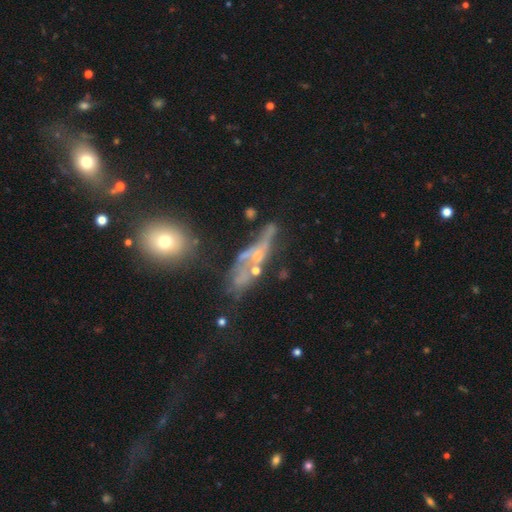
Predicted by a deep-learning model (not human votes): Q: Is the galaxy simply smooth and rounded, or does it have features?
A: featured or disk — 58%.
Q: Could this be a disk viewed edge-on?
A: no — 62%.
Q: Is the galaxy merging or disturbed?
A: none — 37%.